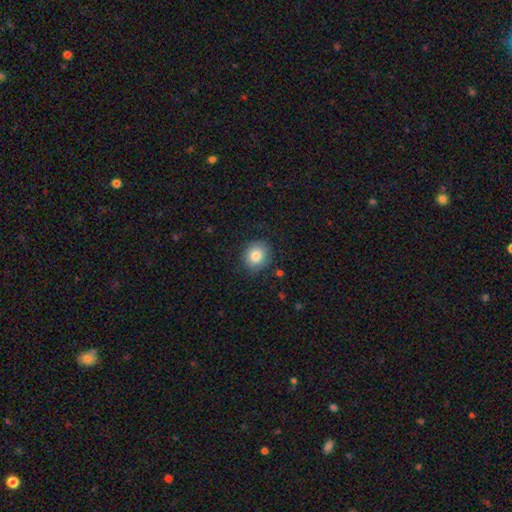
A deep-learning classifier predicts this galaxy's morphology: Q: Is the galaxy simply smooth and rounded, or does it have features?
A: smooth — 81%.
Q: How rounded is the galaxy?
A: round — 80%.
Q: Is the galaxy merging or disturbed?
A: none — 84%.